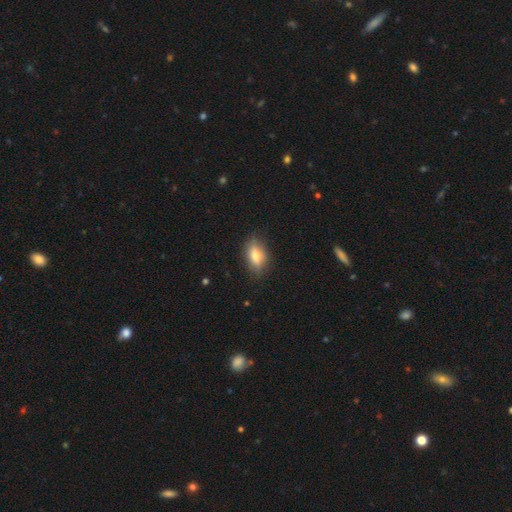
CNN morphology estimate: Q: Smooth or featured?
A: smooth (69%); runner-up: featured or disk (23%)
Q: How rounded?
A: in between (82%); runner-up: cigar-shaped (10%)
Q: Merging?
A: none (79%); runner-up: minor disturbance (16%)